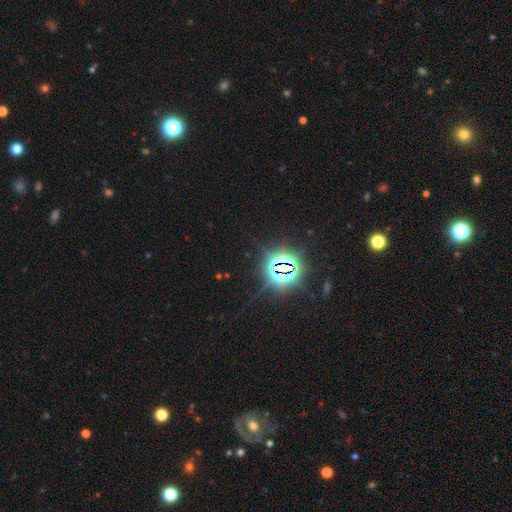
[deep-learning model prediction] The model was most divided on "smooth or featured": star or artifact: 83%, smooth: 11%, featured or disk: 6%.